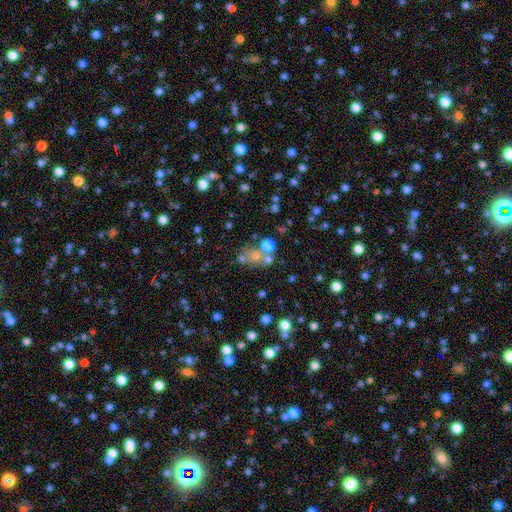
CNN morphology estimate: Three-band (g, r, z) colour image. It shows a smooth galaxy with no disk features (58%) that is round (68%). Merging: none (48%).